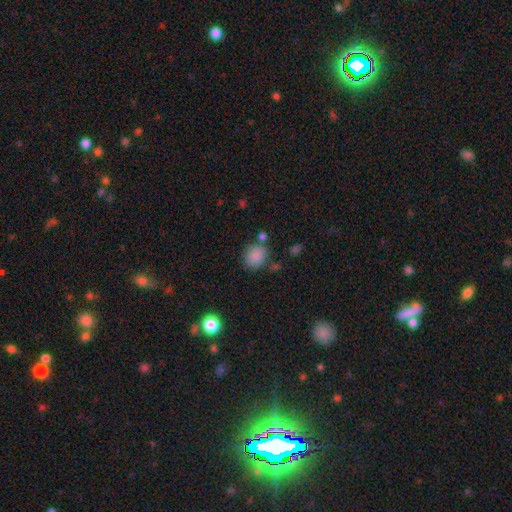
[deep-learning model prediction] Q: Smooth or featured?
A: smooth (85%); runner-up: star or artifact (11%)
Q: How rounded?
A: round (60%); runner-up: in between (39%)
Q: Merging?
A: none (72%); runner-up: minor disturbance (15%)